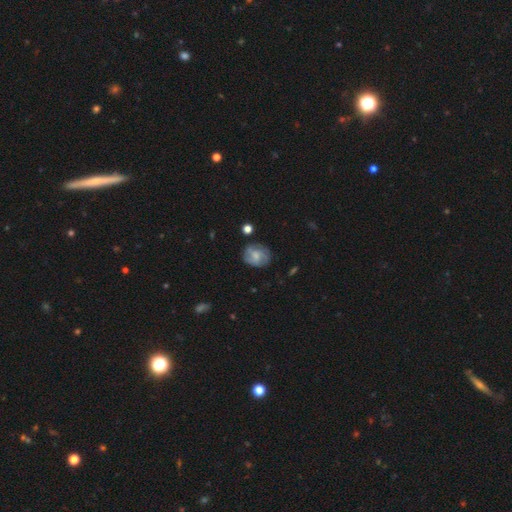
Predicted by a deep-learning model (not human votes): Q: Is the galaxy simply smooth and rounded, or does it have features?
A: featured or disk — 48%.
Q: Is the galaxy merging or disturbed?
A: none — 72%.